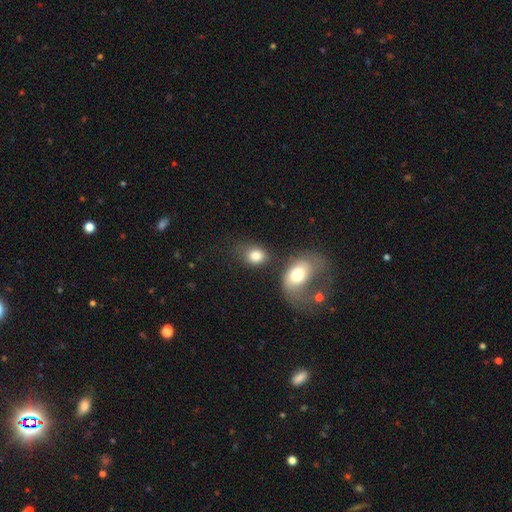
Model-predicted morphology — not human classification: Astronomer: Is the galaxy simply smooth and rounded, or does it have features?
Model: smooth — 81%.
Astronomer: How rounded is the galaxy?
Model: in between — 56% (runner-up: round, 43%).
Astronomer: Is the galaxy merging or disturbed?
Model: none — 44% (runner-up: merger, 29%).